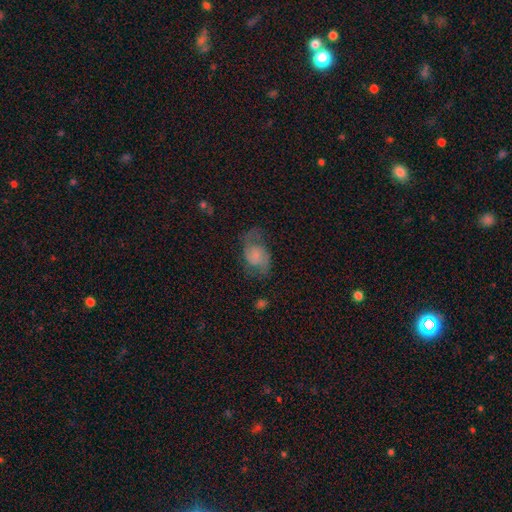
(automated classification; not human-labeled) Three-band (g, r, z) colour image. It shows a featured or disk galaxy (69%) with no bar (63%), 2 (89%) medium (48%) spiral arms (92%) and no central bulge (39%). Merging: none (61%).